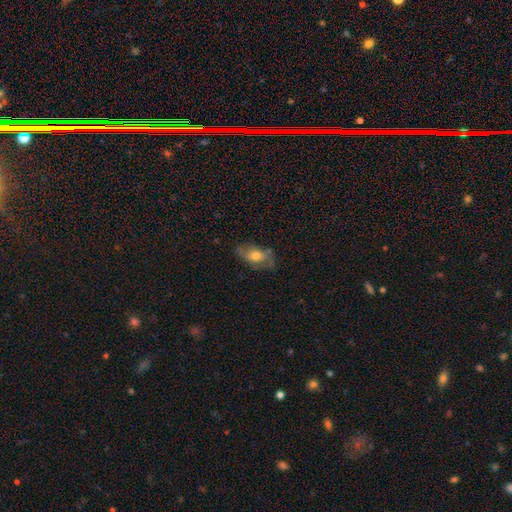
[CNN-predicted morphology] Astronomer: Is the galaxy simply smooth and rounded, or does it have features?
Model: featured or disk — 48% (runner-up: smooth, 44%).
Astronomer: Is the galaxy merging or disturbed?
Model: none — 63%.